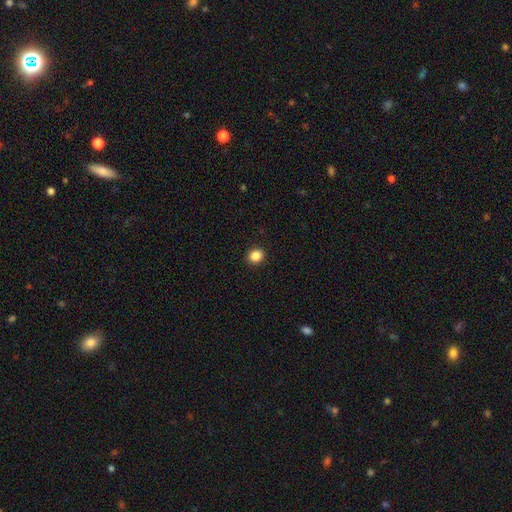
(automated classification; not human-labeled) smooth_or_featured: smooth (p=0.87) [alt: star or artifact p=0.10]
how_rounded: round (p=0.76) [alt: in between p=0.24]
merging: none (p=0.92) [alt: minor disturbance p=0.05]